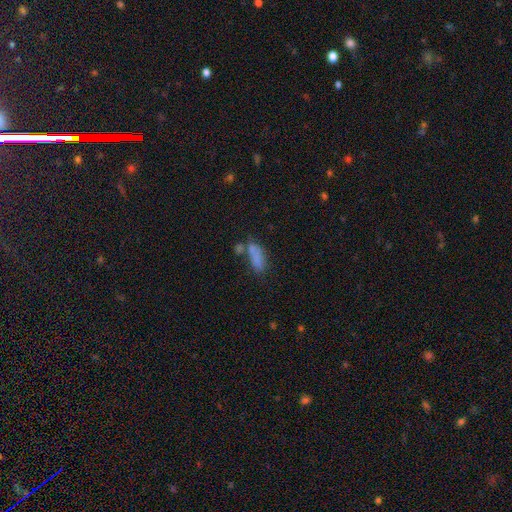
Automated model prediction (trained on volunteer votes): smooth-or-featured: smooth: 74% | featured or disk: 13% | star or artifact: 13%
  how-rounded: in between: 72% | cigar-shaped: 24% | round: 4%
  merging: none: 41% | merger: 28% | minor disturbance: 18% | major disturbance: 12%